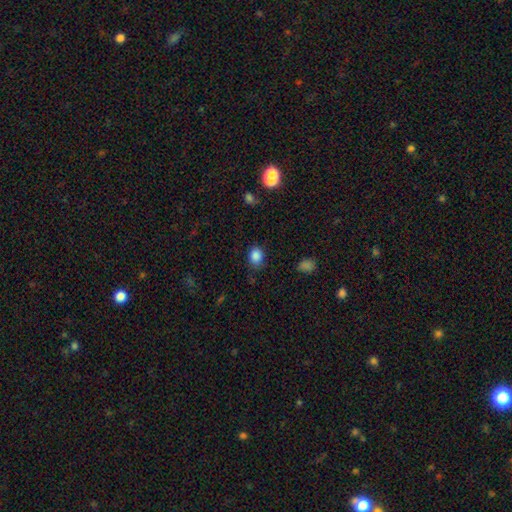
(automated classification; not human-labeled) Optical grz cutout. It shows a smooth galaxy with no disk features (86%) that is in between round and cigar-shaped (50%). Merging: none (76%).